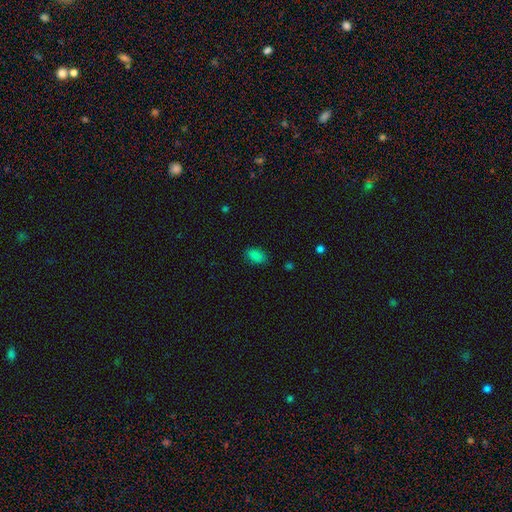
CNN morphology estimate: This is clearly a smooth galaxy (84%). How rounded: clearly in between (89%). Merging: clearly none (83%).